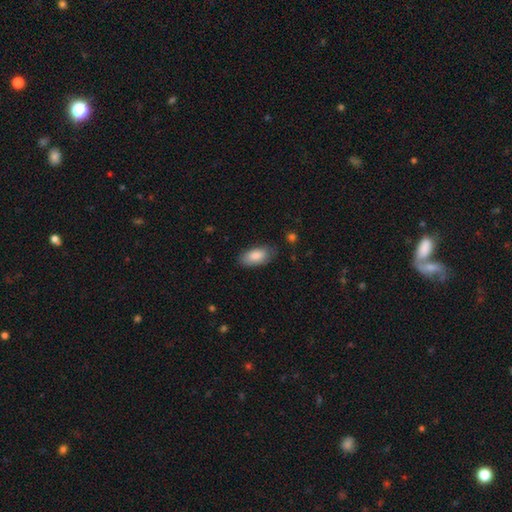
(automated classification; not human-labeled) A smooth galaxy with no disk features (86%) that is in between round and cigar-shaped (92%).

Vote fractions:
- Smooth or featured? smooth: 86% / featured or disk: 8% / star or artifact: 6%
- How rounded? in between: 92% / cigar-shaped: 5% / round: 3%
- Merging? none: 77% / minor disturbance: 17% / major disturbance: 4% / merger: 1%